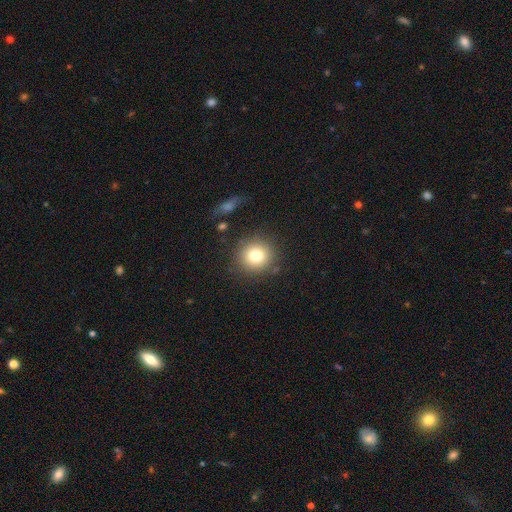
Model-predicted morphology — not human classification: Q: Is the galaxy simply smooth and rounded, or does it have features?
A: smooth — 79%.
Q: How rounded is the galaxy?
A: round — 90%.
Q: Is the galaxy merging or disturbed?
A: none — 85%.